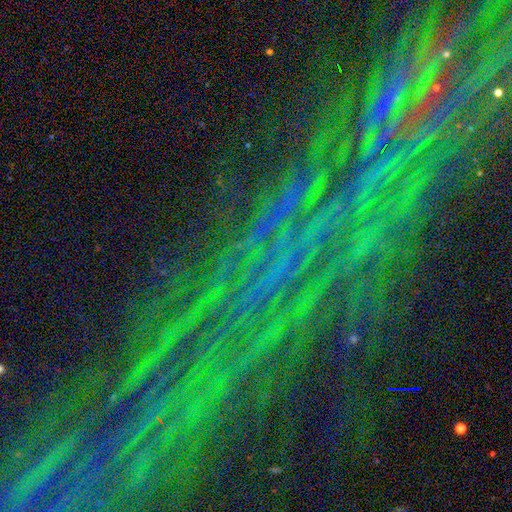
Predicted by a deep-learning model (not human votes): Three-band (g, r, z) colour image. It shows a star or artifact, not a galaxy (85%).